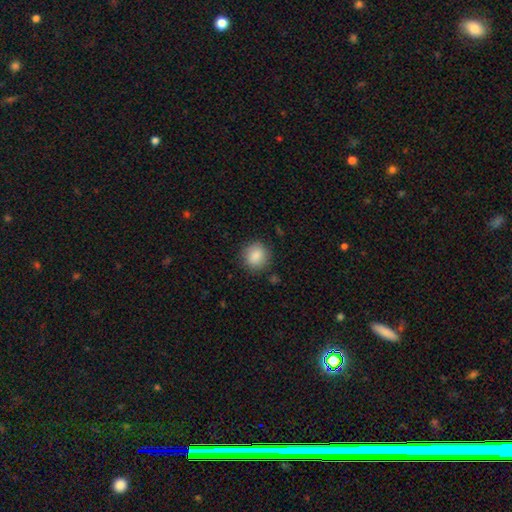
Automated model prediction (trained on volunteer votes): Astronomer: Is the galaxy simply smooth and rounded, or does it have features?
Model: smooth — 88%.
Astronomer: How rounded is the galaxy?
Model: round — 86%.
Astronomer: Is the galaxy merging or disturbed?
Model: none — 87%.